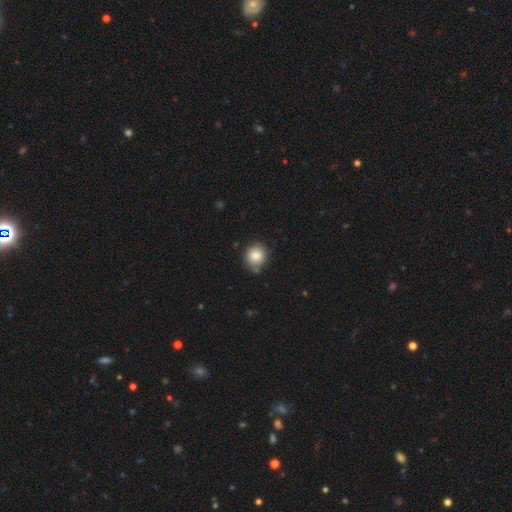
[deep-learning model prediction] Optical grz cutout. It shows a smooth galaxy with no disk features (85%) that is round (89%). Merging: none (75%).